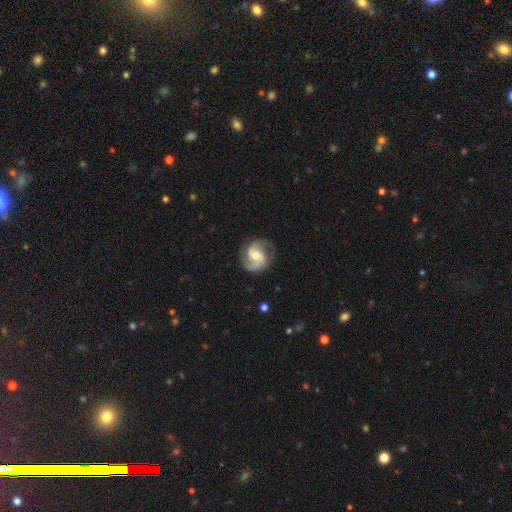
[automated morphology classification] Q: Smooth or featured?
A: featured or disk (86%); runner-up: smooth (9%)
Q: Edge-on disk?
A: no (98%); runner-up: yes (2%)
Q: Bar?
A: weak (47%); runner-up: no (40%)
Q: Spiral arms?
A: yes (97%); runner-up: no (3%)
Q: Spiral winding?
A: medium (54%); runner-up: tight (24%)
Q: Spiral arm count?
A: 2 (87%); runner-up: 3 (5%)
Q: Bulge size?
A: moderate (51%); runner-up: small (38%)
Q: Merging?
A: none (78%); runner-up: minor disturbance (15%)